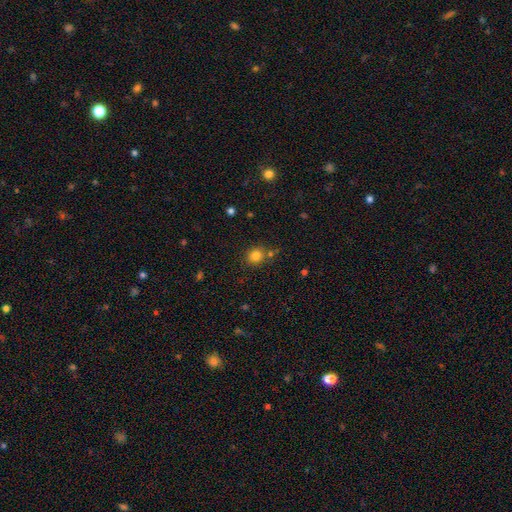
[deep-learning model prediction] This is clearly a smooth galaxy (80%). How rounded: clearly round (84%). Merging: likely none (76%).